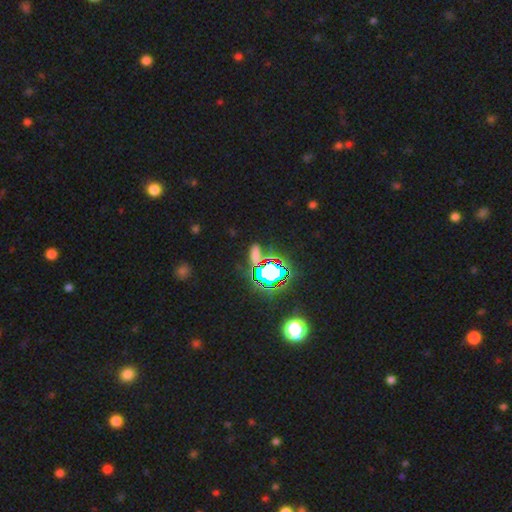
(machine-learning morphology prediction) A star or artifact, not a galaxy (54%).

Vote fractions:
- Smooth or featured? star or artifact: 54% / smooth: 34% / featured or disk: 12%